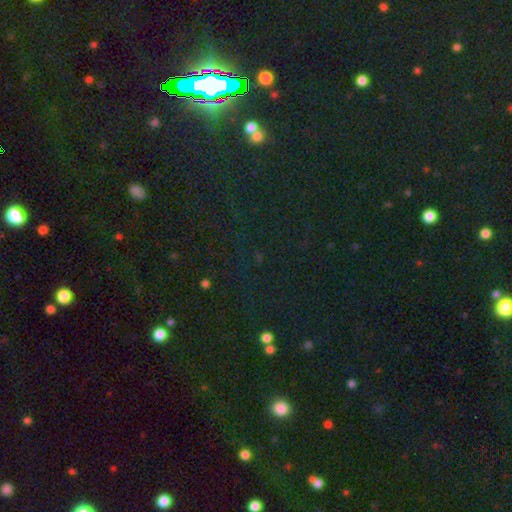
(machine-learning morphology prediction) star or artifact 78%, smooth 14%, featured or disk 8%.